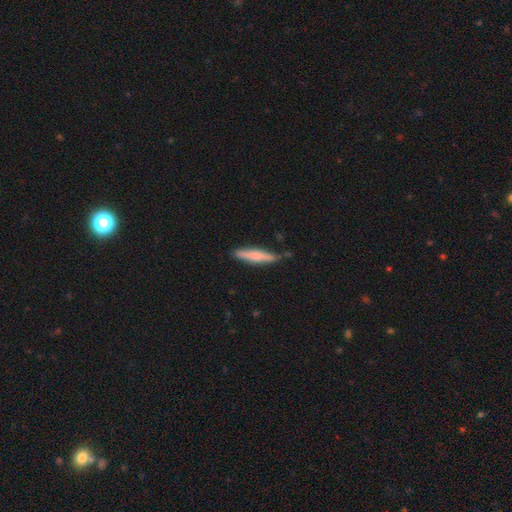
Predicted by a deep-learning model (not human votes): A smooth galaxy with no disk features (58%) that is cigar-shaped (89%).

Vote fractions:
- Smooth or featured? smooth: 58% / featured or disk: 37% / star or artifact: 6%
- How rounded? cigar-shaped: 89% / in between: 10% / round: 2%
- Merging? none: 84% / minor disturbance: 12% / merger: 2% / major disturbance: 2%